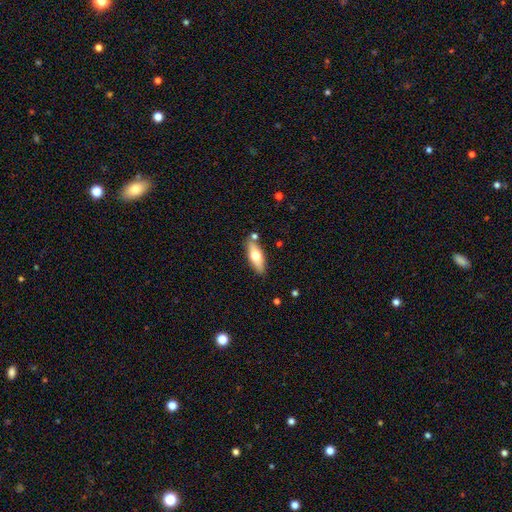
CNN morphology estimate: smooth_or_featured: smooth (p=0.60) [alt: featured or disk p=0.34]
how_rounded: in between (p=0.62) [alt: cigar-shaped p=0.35]
merging: none (p=0.79) [alt: minor disturbance p=0.12]